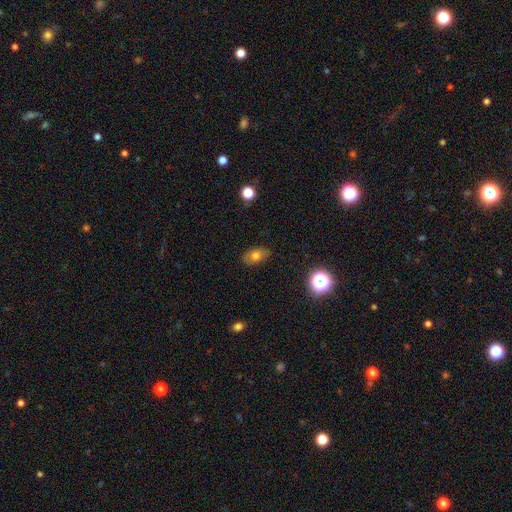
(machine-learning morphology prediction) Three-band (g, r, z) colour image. It shows a smooth galaxy with no disk features (71%) that is in between round and cigar-shaped (85%). Merging: none (84%).